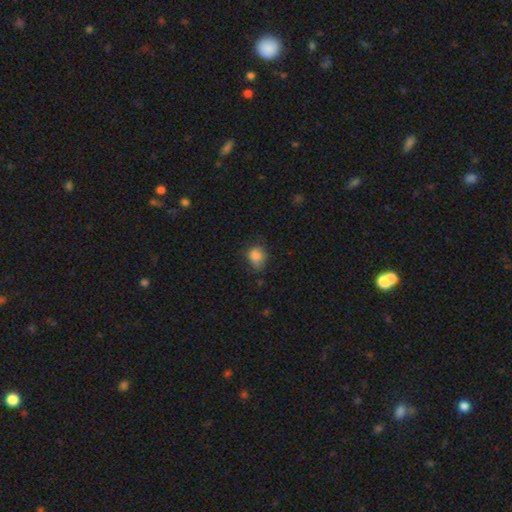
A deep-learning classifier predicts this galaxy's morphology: Smooth or featured? Predicted: smooth (p=0.83). How rounded? Predicted: round (p=0.62). Merging? Predicted: none (p=0.57).